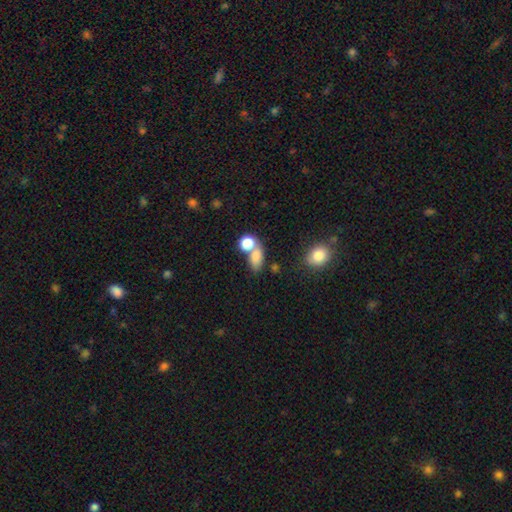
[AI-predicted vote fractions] Smooth or featured: smooth — 80% (star or artifact — 11%)
How rounded: in between — 74% (round — 23%)
Merging: merger — 48% (none — 34%)